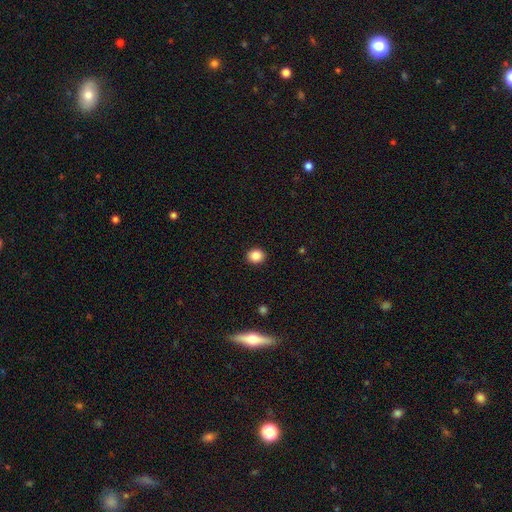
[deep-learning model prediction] This is clearly a smooth galaxy (85%). How rounded: likely round (76%). Merging: clearly none (92%).